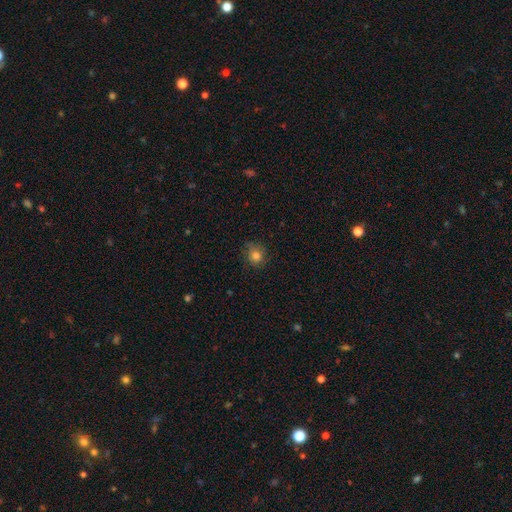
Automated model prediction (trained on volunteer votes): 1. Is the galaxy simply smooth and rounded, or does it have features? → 80% smooth, 12% star or artifact, 8% featured or disk.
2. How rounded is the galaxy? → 82% round, 17% in between, 1% cigar-shaped.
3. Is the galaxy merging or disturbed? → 77% none, 17% minor disturbance, 5% major disturbance, 1% merger.